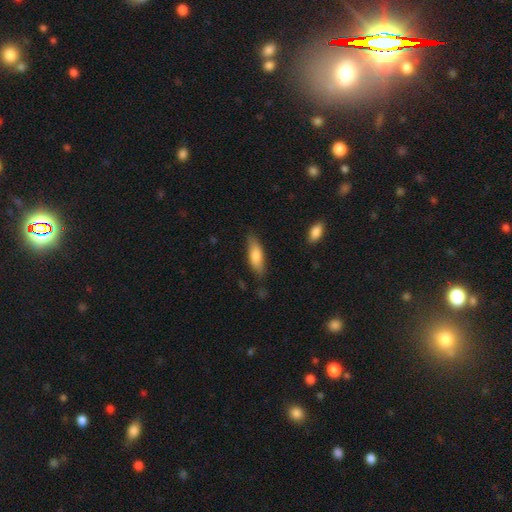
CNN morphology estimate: Smooth or featured? smooth (78%)
How rounded? in between (64%)
Merging? none (76%)